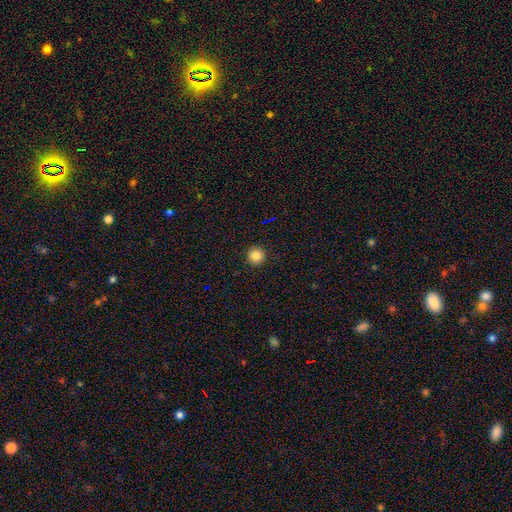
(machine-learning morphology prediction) smooth 84%, star or artifact 11%, featured or disk 4%. Down the decision tree: how rounded — round (96%); merging — none (93%).